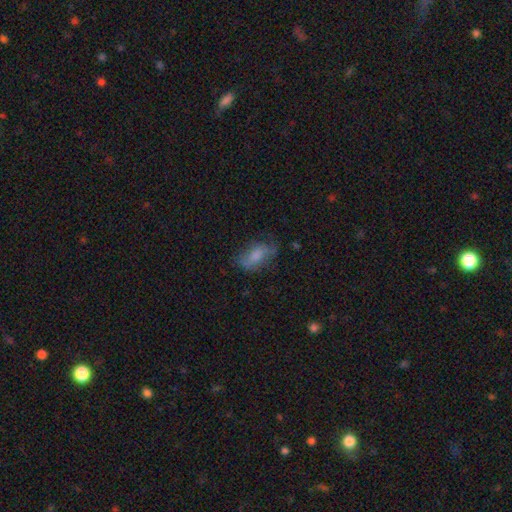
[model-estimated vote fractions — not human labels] smooth_or_featured: smooth (p=0.63) [alt: featured or disk p=0.28]
how_rounded: in between (p=0.86) [alt: round p=0.07]
merging: none (p=0.54) [alt: minor disturbance p=0.27]